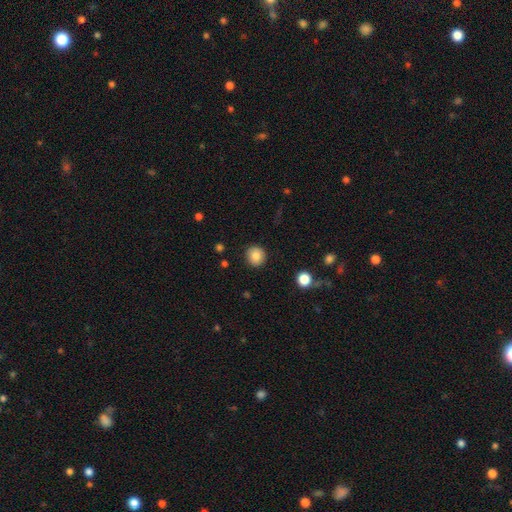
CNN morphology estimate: This appears to be a smooth galaxy with no disk features (83%) that is round (91%). Merging: none (91%).